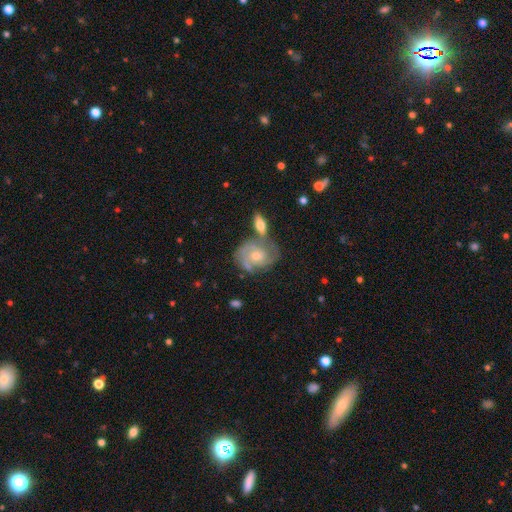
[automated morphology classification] Smooth or featured: featured or disk — 73% (smooth — 19%)
Edge-on disk: no — 97% (yes — 3%)
Bar: no — 74% (weak — 23%)
Spiral arms: yes — 89% (no — 11%)
Spiral winding: tight — 55% (medium — 35%)
Spiral arm count: 2 — 37% (can't tell — 30%)
Bulge size: moderate — 52% (small — 43%)
Merging: none — 48% (merger — 27%)